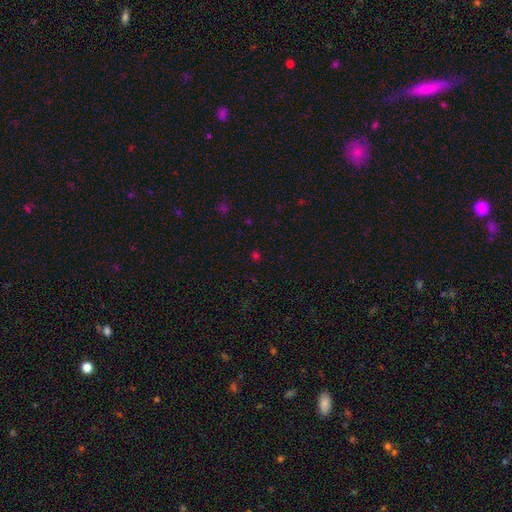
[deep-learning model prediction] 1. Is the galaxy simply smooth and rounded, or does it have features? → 50% smooth, 44% star or artifact, 5% featured or disk.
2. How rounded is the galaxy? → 79% round, 20% in between, 1% cigar-shaped.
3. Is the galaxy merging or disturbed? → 83% none, 9% minor disturbance, 4% major disturbance, 3% merger.